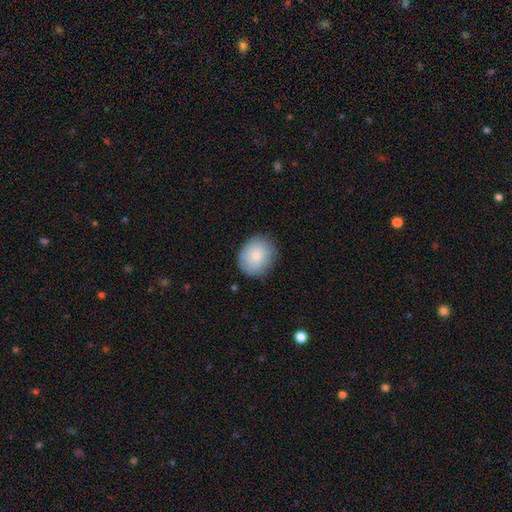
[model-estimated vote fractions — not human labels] smooth_or_featured: smooth (p=0.80) [alt: featured or disk p=0.13]
how_rounded: round (p=0.65) [alt: in between p=0.34]
merging: none (p=0.81) [alt: minor disturbance p=0.15]